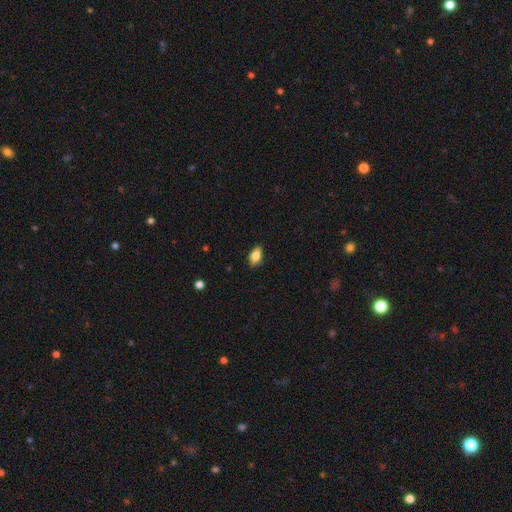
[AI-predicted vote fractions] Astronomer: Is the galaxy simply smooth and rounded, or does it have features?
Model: smooth — 82%.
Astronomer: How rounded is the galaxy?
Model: in between — 89%.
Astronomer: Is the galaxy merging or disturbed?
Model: none — 84%.